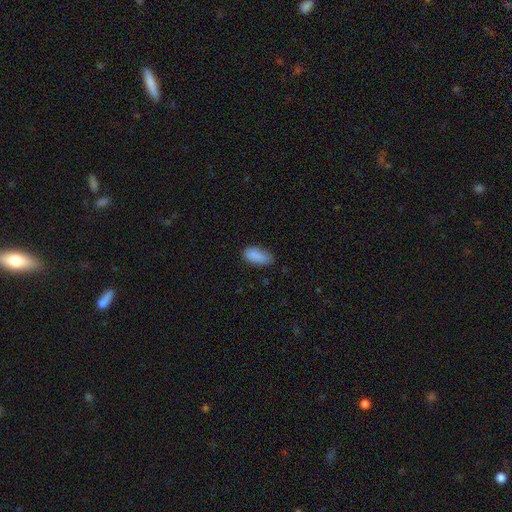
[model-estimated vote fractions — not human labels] A smooth galaxy with no disk features (87%) that is in between round and cigar-shaped (89%).

Vote fractions:
- Smooth or featured? smooth: 87% / star or artifact: 8% / featured or disk: 5%
- How rounded? in between: 89% / cigar-shaped: 8% / round: 2%
- Merging? none: 68% / minor disturbance: 26% / major disturbance: 5% / merger: 2%